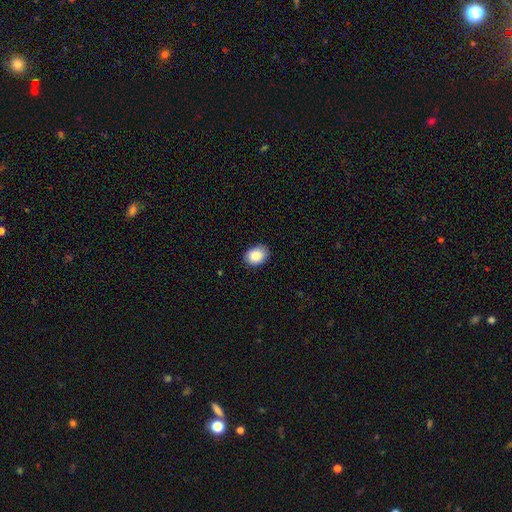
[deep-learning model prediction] smooth_or_featured: smooth (p=0.88) [alt: star or artifact p=0.07]
how_rounded: in between (p=0.69) [alt: round p=0.30]
merging: none (p=0.85) [alt: minor disturbance p=0.12]